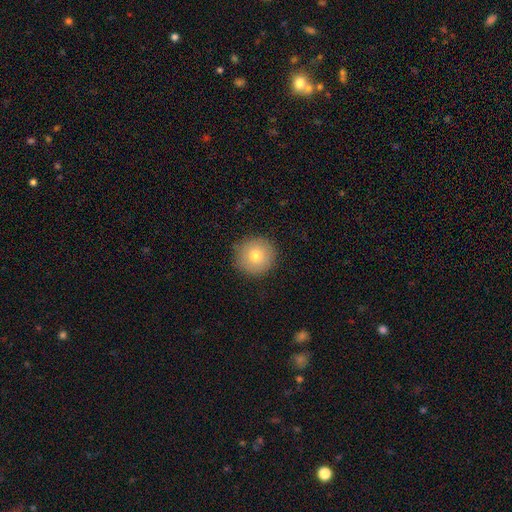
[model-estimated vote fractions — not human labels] Smooth or featured: smooth — 76% (featured or disk — 14%)
How rounded: round — 94% (in between — 5%)
Merging: none — 89% (minor disturbance — 8%)